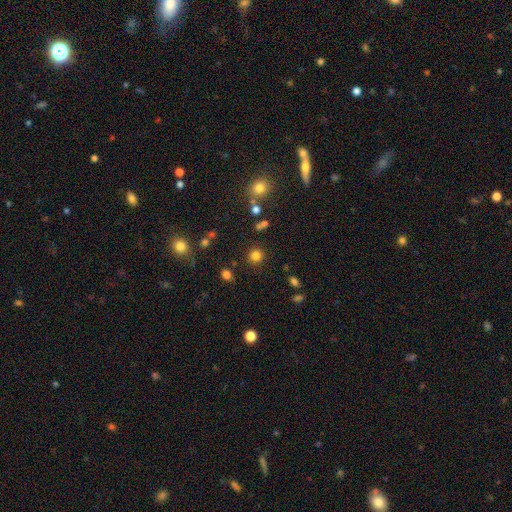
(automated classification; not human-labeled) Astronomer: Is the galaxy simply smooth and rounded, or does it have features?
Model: smooth — 80%.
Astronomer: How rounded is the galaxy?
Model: round — 92%.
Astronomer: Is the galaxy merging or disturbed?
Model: none — 88%.